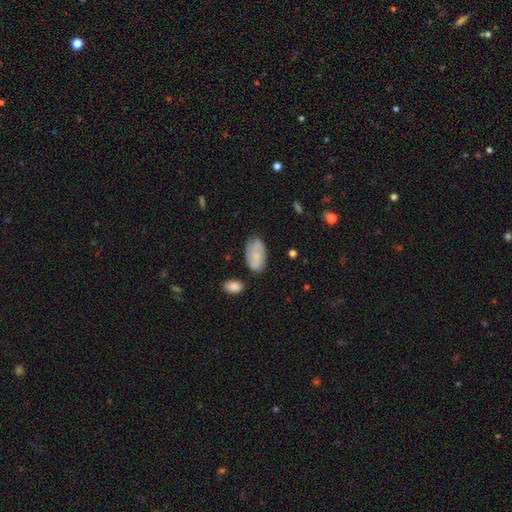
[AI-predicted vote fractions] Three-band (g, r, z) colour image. It shows a smooth galaxy with no disk features (69%) that is in between round and cigar-shaped (94%). Merging: none (70%).